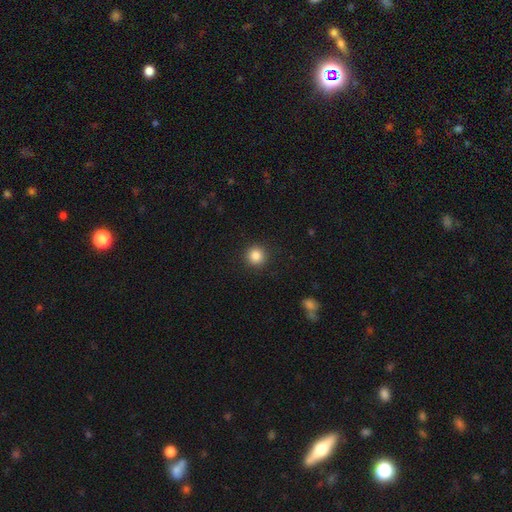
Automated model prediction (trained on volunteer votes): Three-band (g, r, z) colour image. It shows a smooth galaxy with no disk features (86%) that is round (95%). Merging: none (92%).